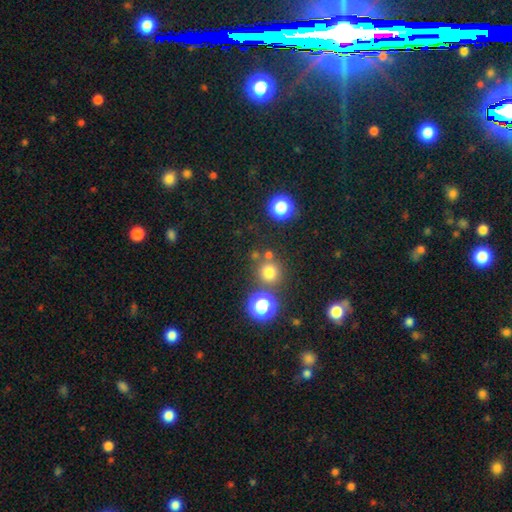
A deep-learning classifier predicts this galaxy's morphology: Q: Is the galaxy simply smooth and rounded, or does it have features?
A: smooth — 63%.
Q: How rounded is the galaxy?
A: round — 92%.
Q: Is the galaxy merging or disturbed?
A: none — 78%.